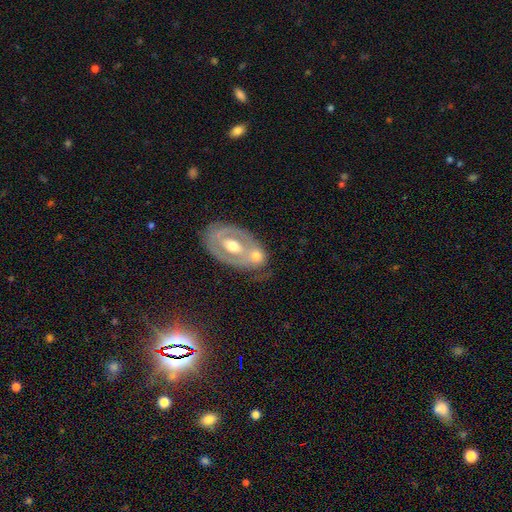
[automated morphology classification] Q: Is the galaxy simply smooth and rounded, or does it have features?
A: featured or disk — 58%.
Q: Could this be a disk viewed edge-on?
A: no — 93%.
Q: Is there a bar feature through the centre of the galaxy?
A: no — 63%.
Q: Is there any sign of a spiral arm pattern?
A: no — 63%.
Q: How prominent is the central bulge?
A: moderate — 73%.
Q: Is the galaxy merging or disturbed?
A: merger — 39%.